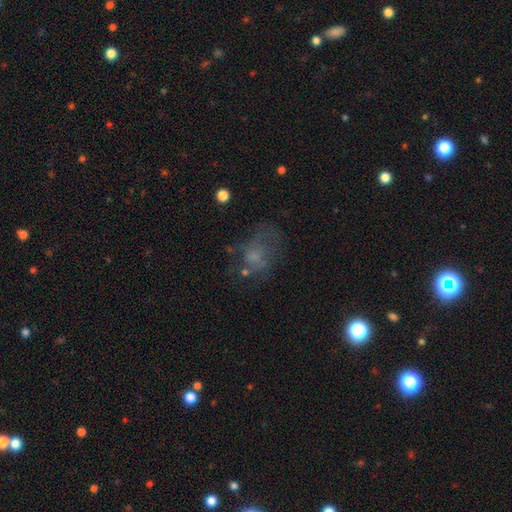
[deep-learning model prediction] Smooth or featured? Predicted: smooth (p=0.44). Merging? Predicted: none (p=0.45).